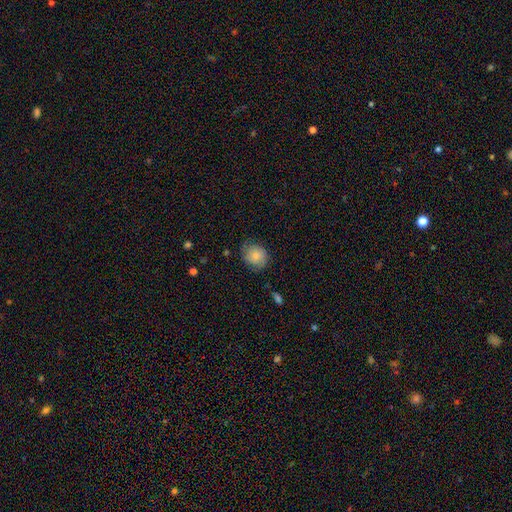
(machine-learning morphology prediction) Smooth or featured? Predicted: smooth (p=0.76). How rounded? Predicted: round (p=0.68). Merging? Predicted: none (p=0.69).